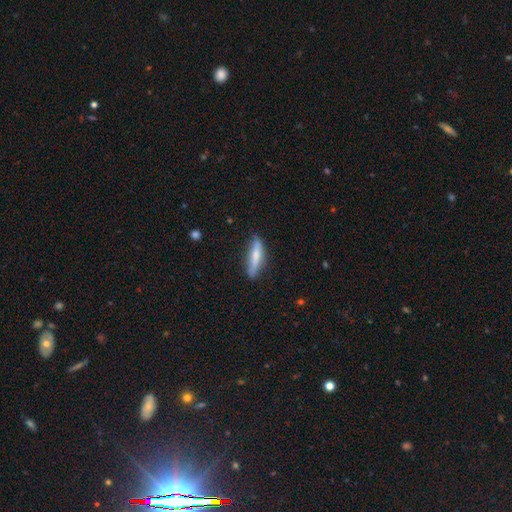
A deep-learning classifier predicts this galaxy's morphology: Smooth or featured?
  - smooth: 64% *
  - featured or disk: 30%
  - star or artifact: 6%
How rounded?
  - cigar-shaped: 76% *
  - in between: 22%
  - round: 2%
Merging?
  - none: 75% *
  - minor disturbance: 19%
  - major disturbance: 4%
  - merger: 2%